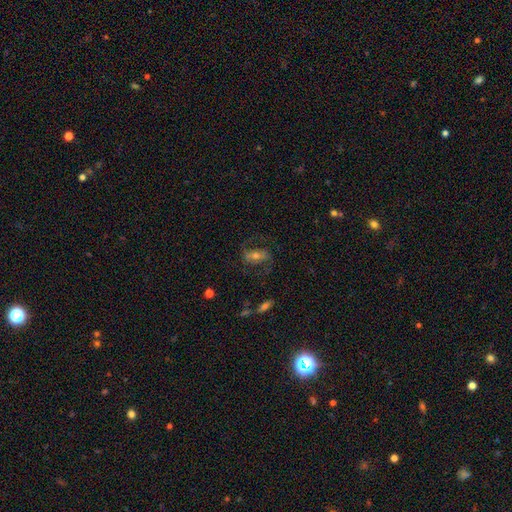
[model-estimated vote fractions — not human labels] This appears to be a featured or disk galaxy (59%) with a strong bar (35%), spiral arms (78%) and a moderate central bulge (51%). Merging: none (66%).